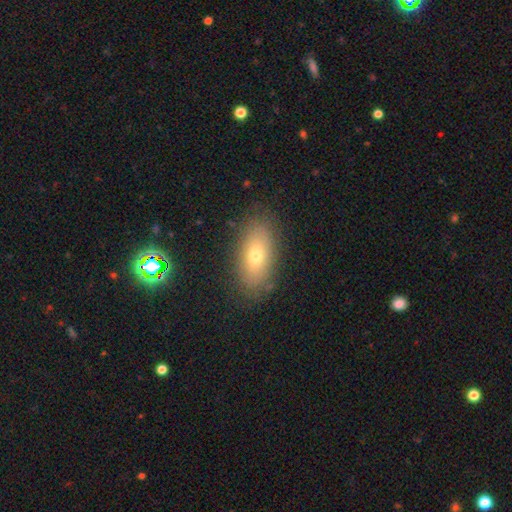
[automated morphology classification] type=smooth (65%); roundness=in between (85%); merging=none (85%).